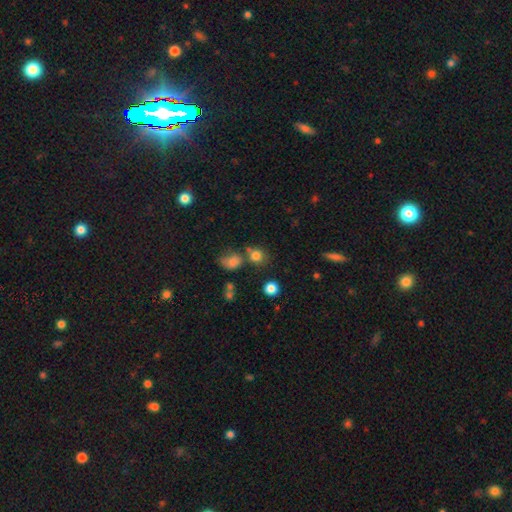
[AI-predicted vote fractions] Morphology: type=smooth (78%); roundness=round (79%); merging=none (61%).